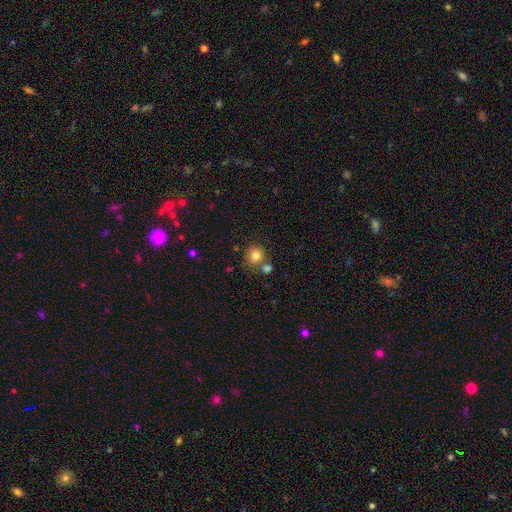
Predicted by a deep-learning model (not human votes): Smooth or featured? Predicted: smooth (p=0.81). How rounded? Predicted: round (p=0.89). Merging? Predicted: none (p=0.68).